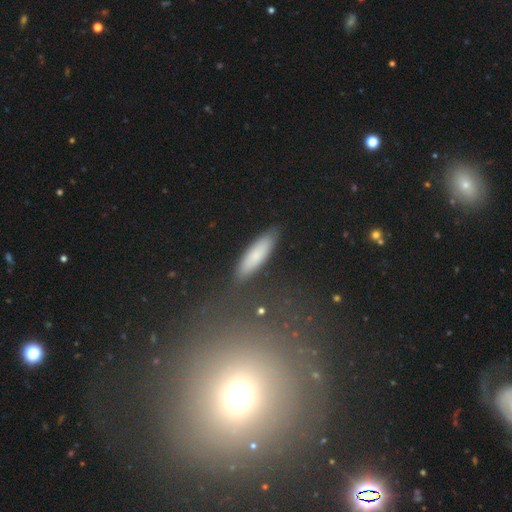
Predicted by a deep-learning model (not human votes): smooth-or-featured: smooth: 77% | featured or disk: 16% | star or artifact: 7%
  how-rounded: cigar-shaped: 65% | in between: 34% | round: 2%
  merging: none: 85% | minor disturbance: 11% | major disturbance: 2% | merger: 2%